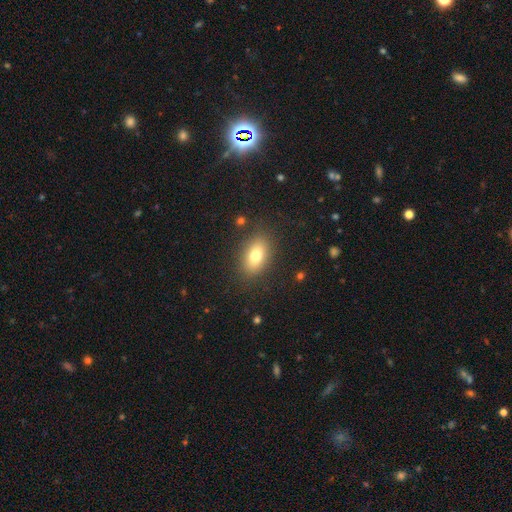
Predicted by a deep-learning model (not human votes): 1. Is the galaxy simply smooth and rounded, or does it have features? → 76% smooth, 14% featured or disk, 10% star or artifact.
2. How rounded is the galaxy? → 85% in between, 11% round, 3% cigar-shaped.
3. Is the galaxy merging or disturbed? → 85% none, 10% minor disturbance, 4% major disturbance, 1% merger.